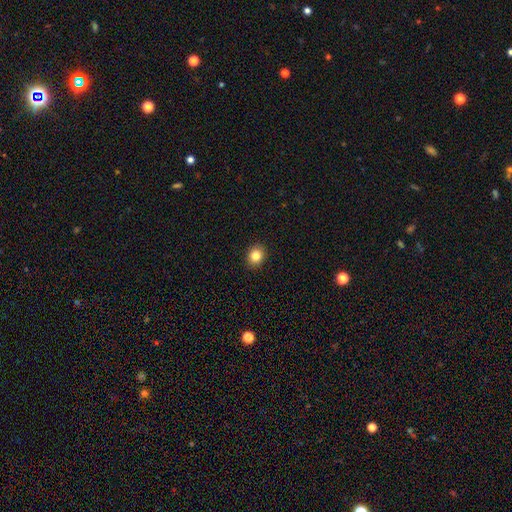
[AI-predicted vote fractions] Smooth or featured: smooth — 83% (star or artifact — 11%)
How rounded: round — 64% (in between — 35%)
Merging: none — 92% (minor disturbance — 6%)